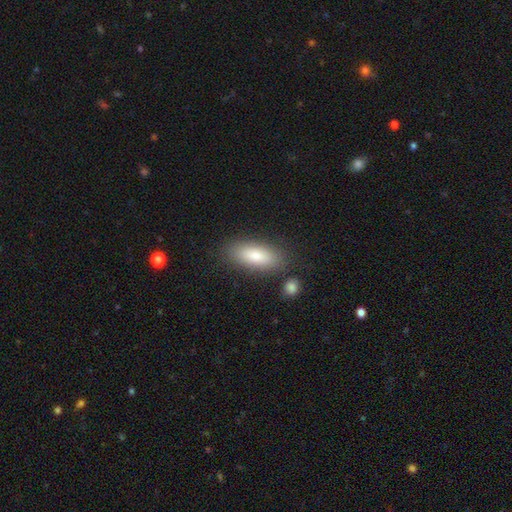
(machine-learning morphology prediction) This appears to be a smooth galaxy with no disk features (80%) that is in between round and cigar-shaped (76%). Merging: none (79%).